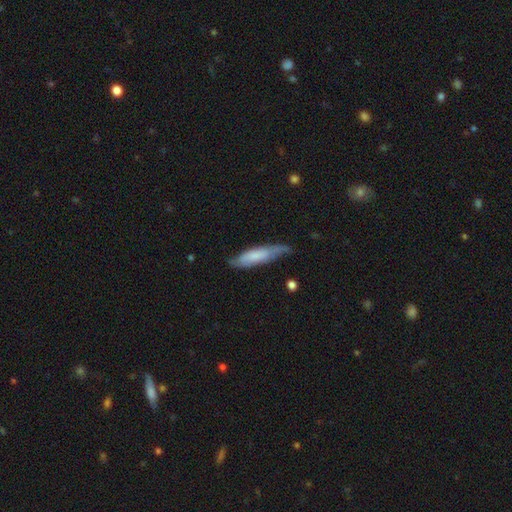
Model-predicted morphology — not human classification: Smooth or featured? smooth (59%)
How rounded? cigar-shaped (70%)
Merging? none (61%)